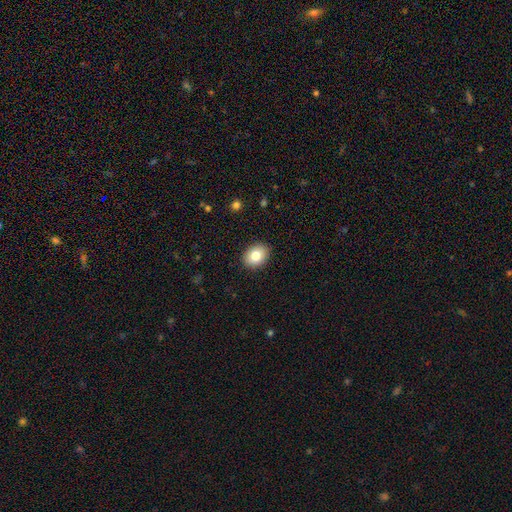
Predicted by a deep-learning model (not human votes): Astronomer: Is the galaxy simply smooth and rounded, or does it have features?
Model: smooth — 81%.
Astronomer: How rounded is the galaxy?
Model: in between — 62% (runner-up: round, 38%).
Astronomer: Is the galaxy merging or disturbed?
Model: none — 90%.